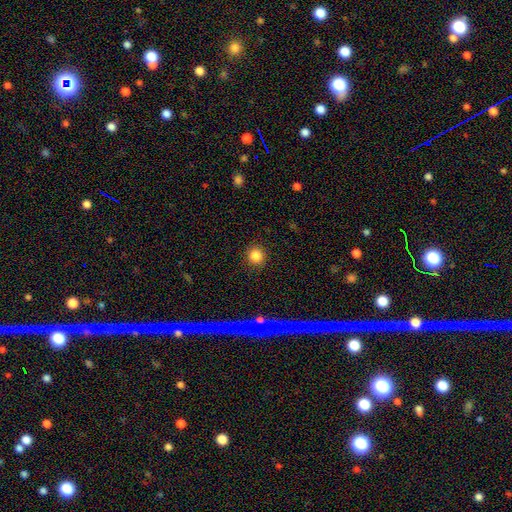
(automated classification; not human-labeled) smooth-or-featured: smooth: 83% | star or artifact: 11% | featured or disk: 6%
  how-rounded: round: 91% | in between: 7% | cigar-shaped: 1%
  merging: none: 89% | minor disturbance: 7% | major disturbance: 2% | merger: 2%